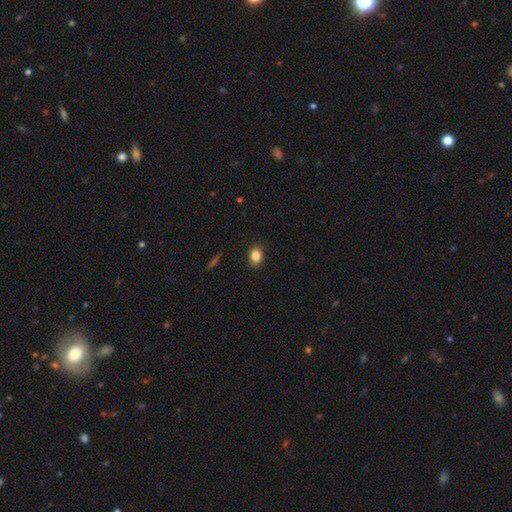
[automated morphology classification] The model was most divided on "how rounded": in between: 64%, round: 35%, cigar-shaped: 1%. More confident: merging — none (87%); smooth or featured — smooth (85%).